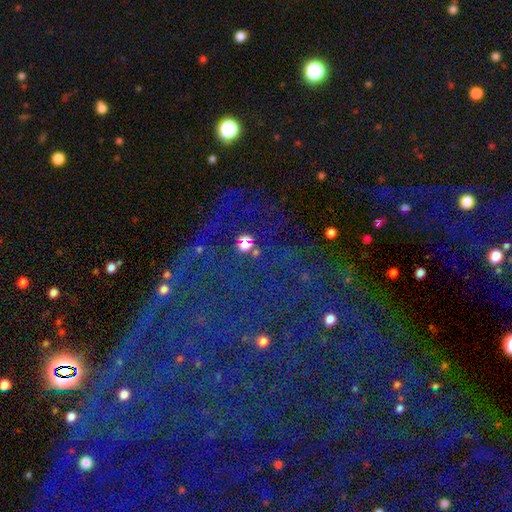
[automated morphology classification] A star or artifact, not a galaxy (82%).

Vote fractions:
- Smooth or featured? star or artifact: 82% / smooth: 10% / featured or disk: 9%